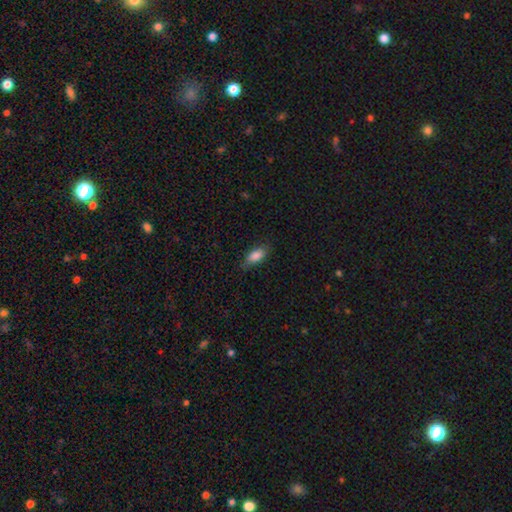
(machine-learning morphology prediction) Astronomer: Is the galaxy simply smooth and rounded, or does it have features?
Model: smooth — 85%.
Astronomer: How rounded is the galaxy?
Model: in between — 84%.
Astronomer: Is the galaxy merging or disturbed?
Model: none — 76%.